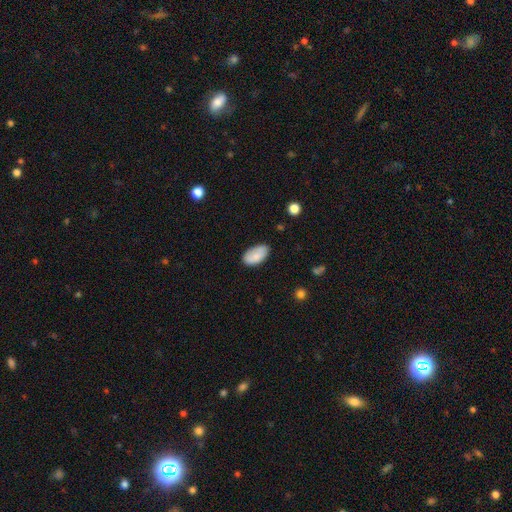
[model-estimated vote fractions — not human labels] Morphology: type=smooth (82%); roundness=in between (95%); merging=none (74%).